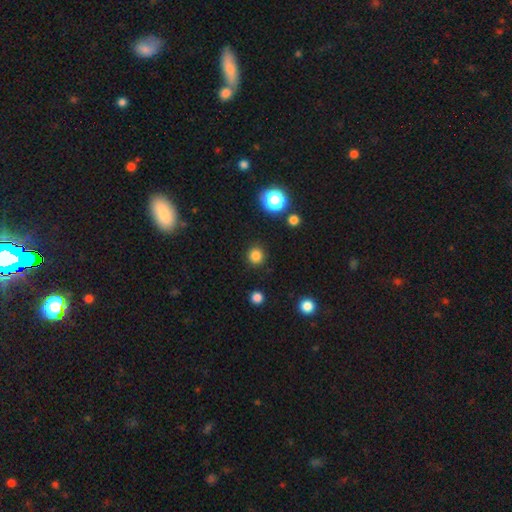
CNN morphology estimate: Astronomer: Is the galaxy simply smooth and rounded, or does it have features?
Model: smooth — 83%.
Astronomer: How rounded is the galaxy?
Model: round — 93%.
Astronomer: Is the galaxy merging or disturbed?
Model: none — 90%.